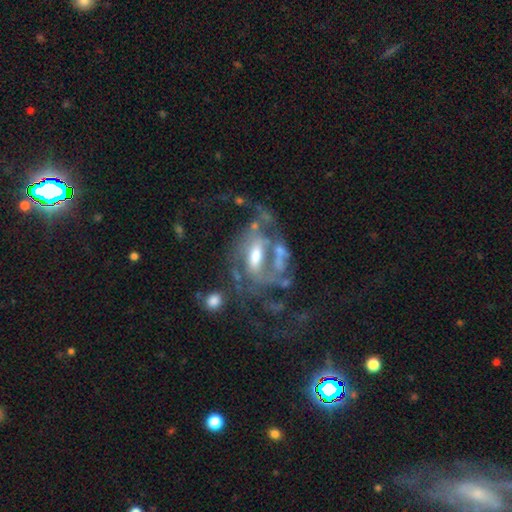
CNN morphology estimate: Q: Smooth or featured?
A: featured or disk (79%); runner-up: smooth (12%)
Q: Edge-on disk?
A: no (94%); runner-up: yes (6%)
Q: Bar?
A: weak (39%); runner-up: strong (33%)
Q: Spiral arms?
A: yes (73%); runner-up: no (27%)
Q: Spiral winding?
A: medium (43%); runner-up: loose (30%)
Q: Spiral arm count?
A: 2 (39%); runner-up: can't tell (32%)
Q: Bulge size?
A: moderate (57%); runner-up: small (24%)
Q: Merging?
A: none (35%); runner-up: major disturbance (34%)